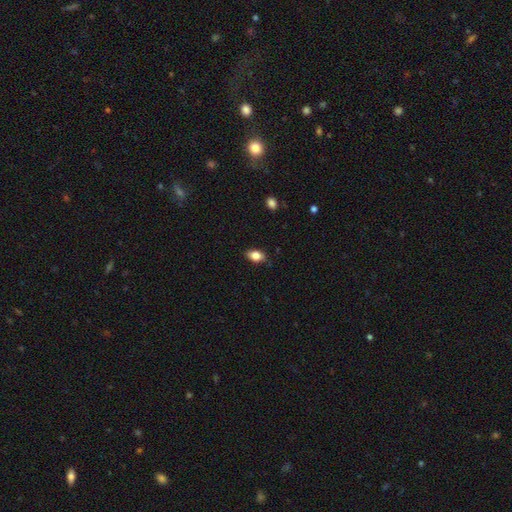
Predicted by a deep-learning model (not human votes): smooth 81%, featured or disk 11%, star or artifact 8%. Down the decision tree: how rounded — in between (85%); merging — none (83%).